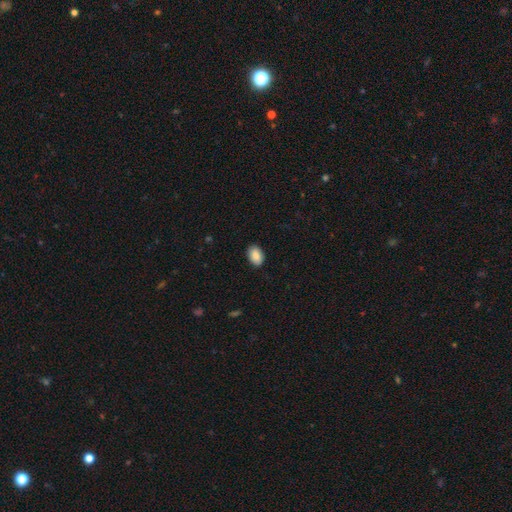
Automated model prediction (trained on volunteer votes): Morphology: type=smooth (87%); roundness=in between (87%); merging=none (88%).